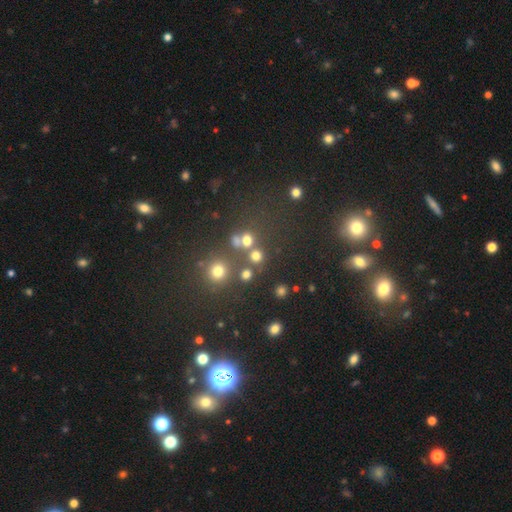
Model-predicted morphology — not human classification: The model was most divided on "smooth or featured": smooth: 70%, star or artifact: 23%, featured or disk: 7%. More confident: how rounded — round (89%); merging — none (70%).